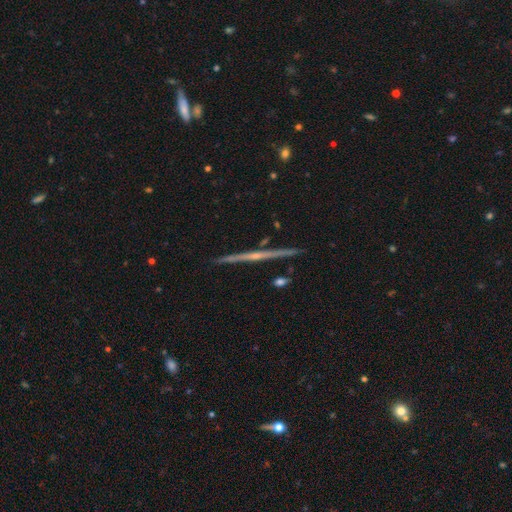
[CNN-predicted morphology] Smooth or featured? featured or disk (73%)
Edge-on disk? yes (97%)
Edge-on bulge? rounded (47%)
Merging? none (87%)